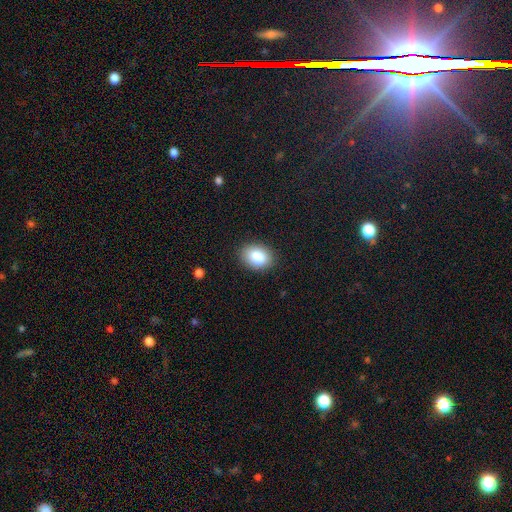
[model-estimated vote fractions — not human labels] Smooth or featured? Predicted: smooth (p=0.85). How rounded? Predicted: in between (p=0.71). Merging? Predicted: none (p=0.87).